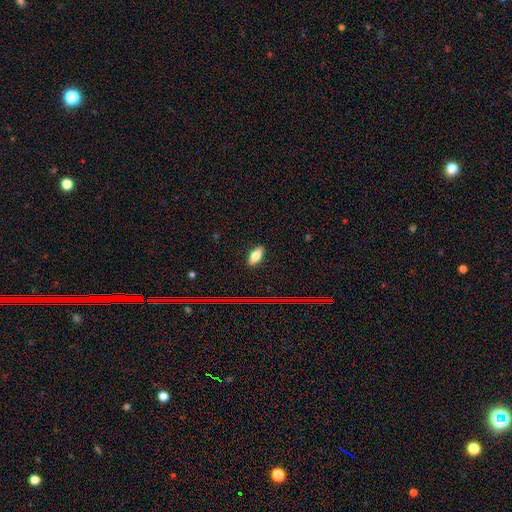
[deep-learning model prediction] Overall: smooth (72%). How rounded: in between (81%). Merging: none (88%).